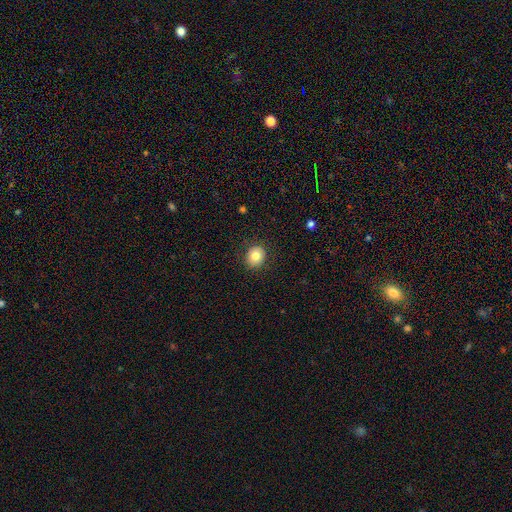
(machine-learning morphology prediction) smooth_or_featured: smooth (p=0.81) [alt: star or artifact p=0.10]
how_rounded: round (p=0.74) [alt: in between p=0.25]
merging: none (p=0.88) [alt: minor disturbance p=0.08]